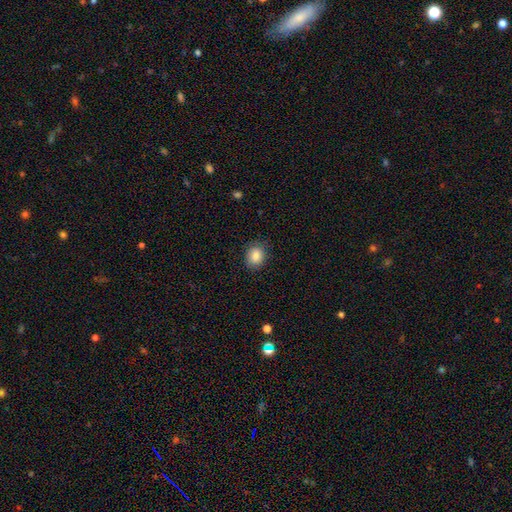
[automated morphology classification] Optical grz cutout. It shows a smooth galaxy with no disk features (85%) that is round (54%). Merging: none (84%).